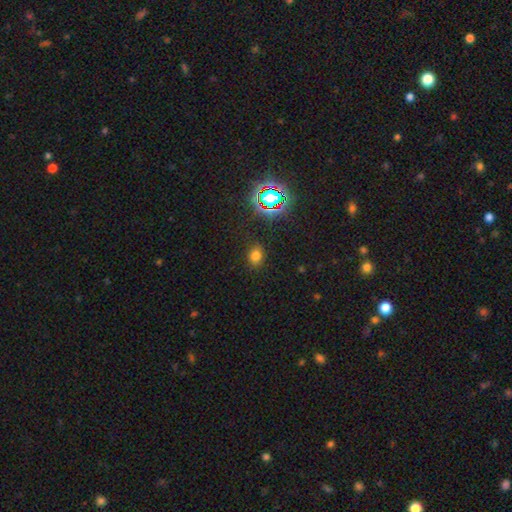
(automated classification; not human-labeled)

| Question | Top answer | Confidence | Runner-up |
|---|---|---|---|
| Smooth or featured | smooth | 71% | star or artifact (23%) |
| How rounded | in between | 52% | round (46%) |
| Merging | none | 85% | minor disturbance (10%) |